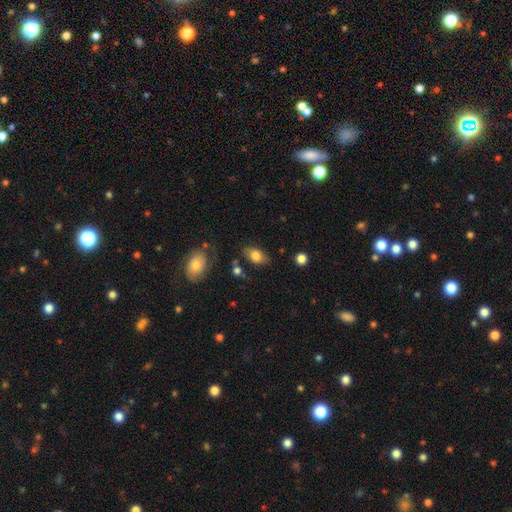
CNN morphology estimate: Smooth or featured? Predicted: smooth (p=0.77). How rounded? Predicted: in between (p=0.88). Merging? Predicted: none (p=0.72).